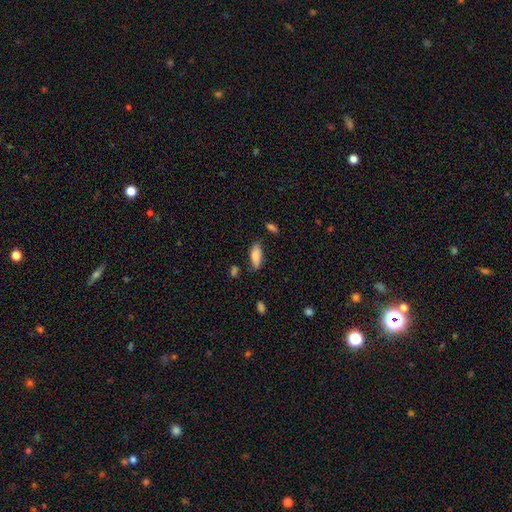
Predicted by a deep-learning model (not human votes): Q: Smooth or featured?
A: smooth (82%); runner-up: featured or disk (11%)
Q: How rounded?
A: in between (78%); runner-up: cigar-shaped (21%)
Q: Merging?
A: none (71%); runner-up: minor disturbance (20%)